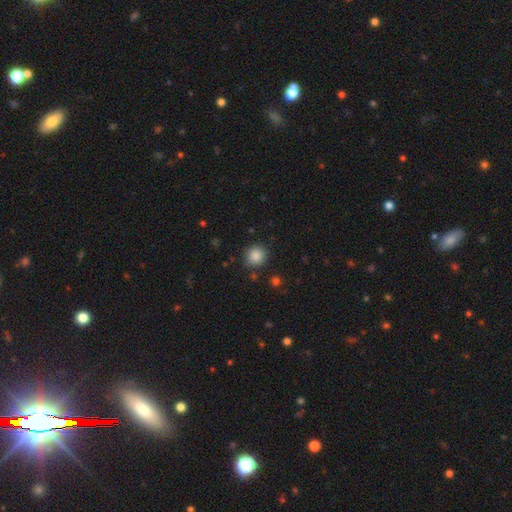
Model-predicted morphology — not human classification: Smooth or featured?
  - smooth: 87% *
  - star or artifact: 10%
  - featured or disk: 3%
How rounded?
  - round: 89% *
  - in between: 11%
  - cigar-shaped: 1%
Merging?
  - none: 86% *
  - minor disturbance: 9%
  - major disturbance: 3%
  - merger: 2%